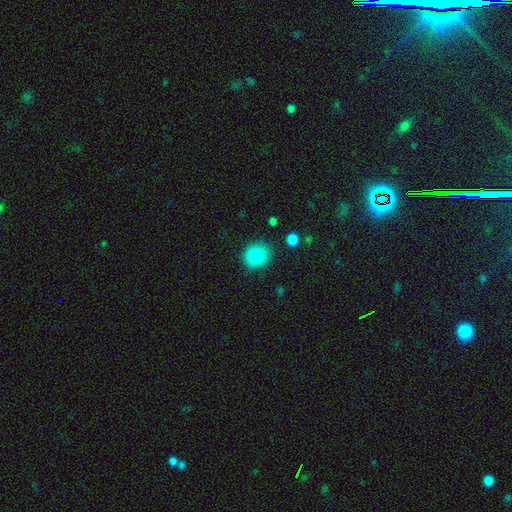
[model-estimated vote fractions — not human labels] smooth_or_featured: smooth (p=0.85) [alt: star or artifact p=0.09]
how_rounded: round (p=0.81) [alt: in between p=0.18]
merging: none (p=0.83) [alt: minor disturbance p=0.12]